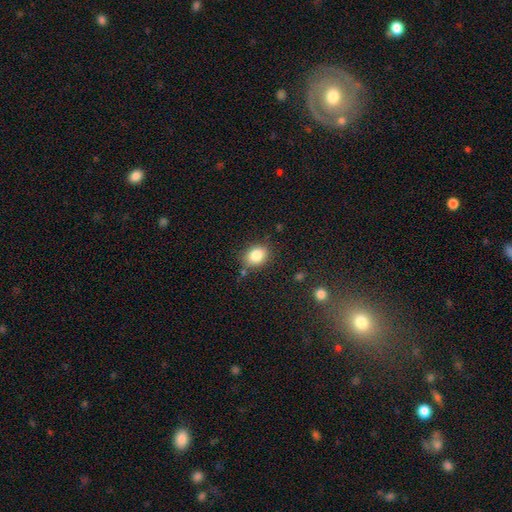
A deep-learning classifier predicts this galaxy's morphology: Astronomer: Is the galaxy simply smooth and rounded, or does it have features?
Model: smooth — 84%.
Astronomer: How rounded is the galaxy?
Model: in between — 52% (runner-up: round, 47%).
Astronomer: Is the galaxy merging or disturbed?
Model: none — 78%.